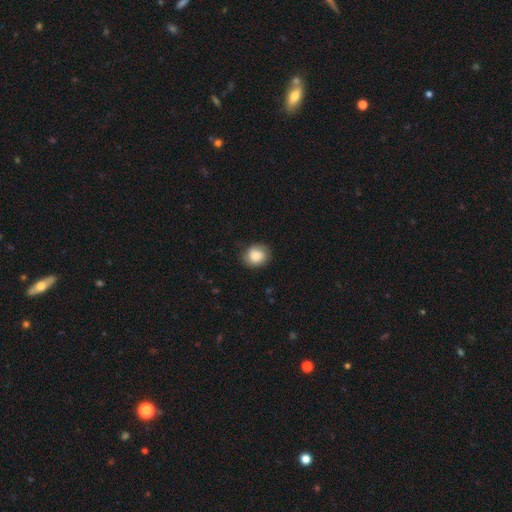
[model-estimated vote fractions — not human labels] A smooth galaxy with no disk features (85%) that is round (70%).

Vote fractions:
- Smooth or featured? smooth: 85% / featured or disk: 8% / star or artifact: 7%
- How rounded? round: 70% / in between: 30% / cigar-shaped: 1%
- Merging? none: 81% / minor disturbance: 15% / major disturbance: 3% / merger: 1%